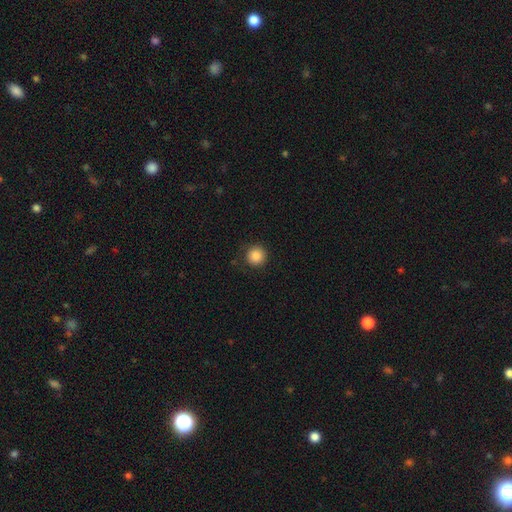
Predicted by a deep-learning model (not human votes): Smooth or featured: smooth — 86% (star or artifact — 10%)
How rounded: round — 95% (in between — 4%)
Merging: none — 88% (minor disturbance — 8%)